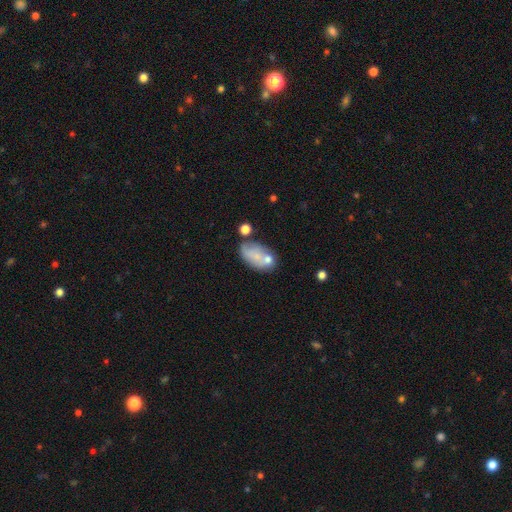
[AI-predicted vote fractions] Smooth or featured? Predicted: smooth (p=0.63). How rounded? Predicted: in between (p=0.90). Merging? Predicted: none (p=0.42).